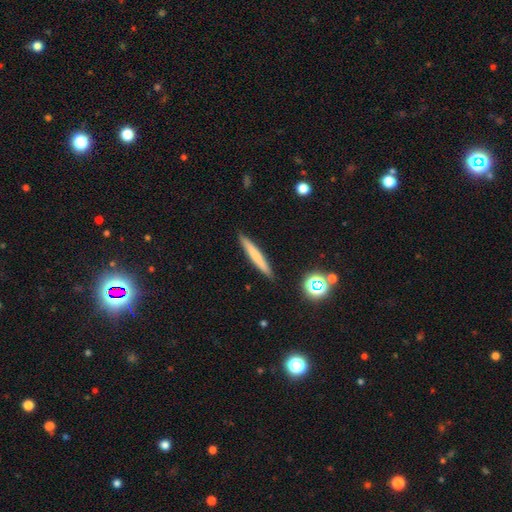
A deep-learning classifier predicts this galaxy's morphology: Smooth or featured: smooth — 65% (featured or disk — 27%)
How rounded: cigar-shaped — 96% (in between — 3%)
Merging: none — 91% (minor disturbance — 6%)